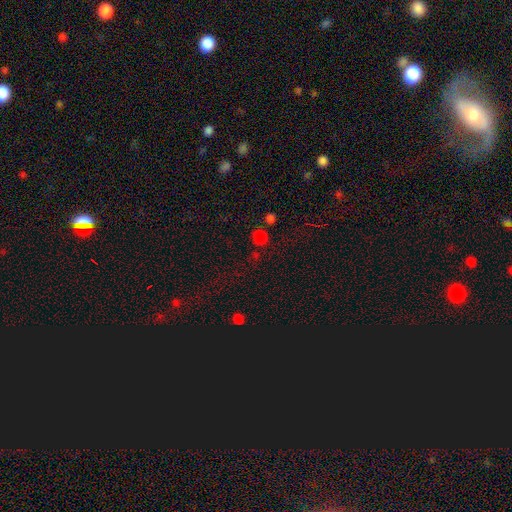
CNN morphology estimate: type=smooth (69%); roundness=round (91%); merging=none (82%).